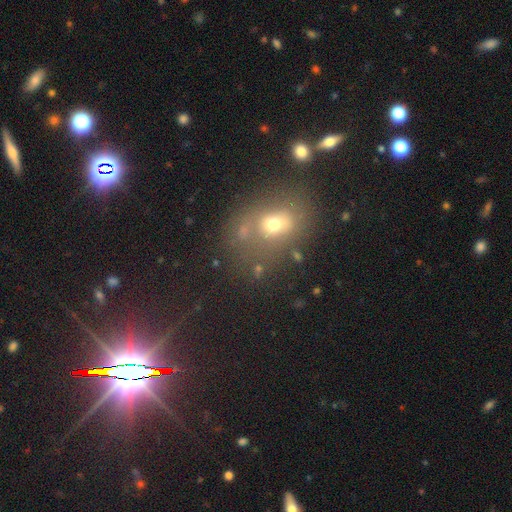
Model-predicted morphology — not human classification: A smooth galaxy with no disk features (41%). Merging: none (63%).